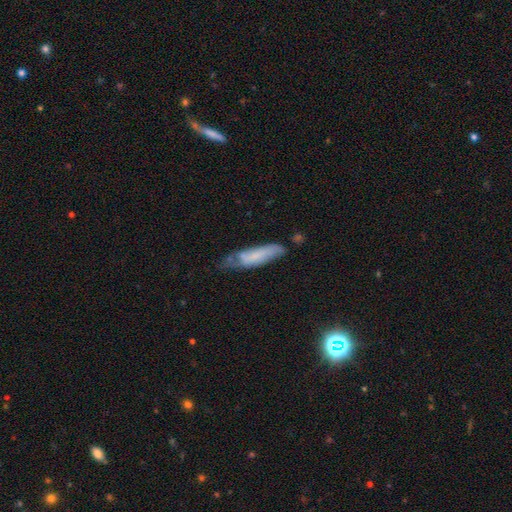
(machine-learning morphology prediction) This is possibly a smooth galaxy (58%). How rounded: likely cigar-shaped (66%). Merging: marginally none (43%).